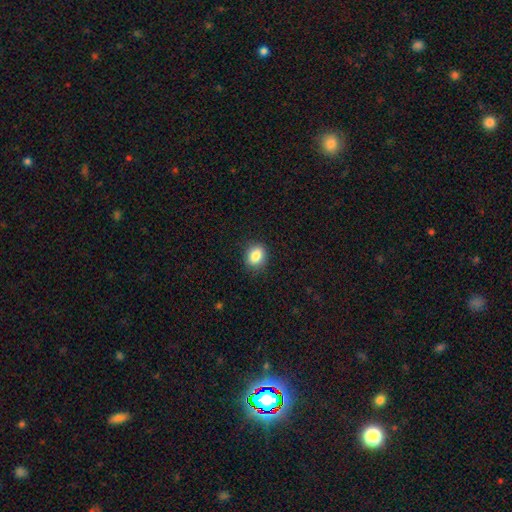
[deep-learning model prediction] This appears to be a smooth galaxy with no disk features (85%) that is round (54%). Merging: none (86%).